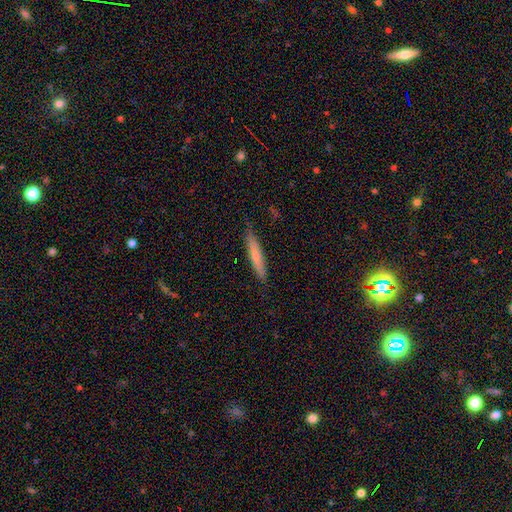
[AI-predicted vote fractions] Smooth or featured? Predicted: smooth (p=0.64). How rounded? Predicted: cigar-shaped (p=0.93). Merging? Predicted: none (p=0.83).